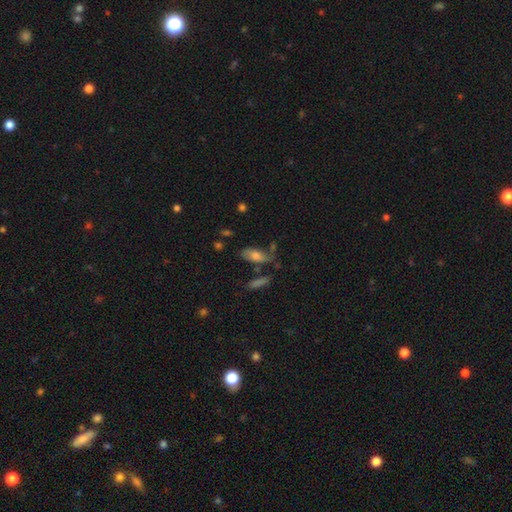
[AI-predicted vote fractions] Q: Smooth or featured?
A: smooth (66%); runner-up: featured or disk (27%)
Q: How rounded?
A: in between (78%); runner-up: cigar-shaped (18%)
Q: Merging?
A: none (55%); runner-up: minor disturbance (24%)